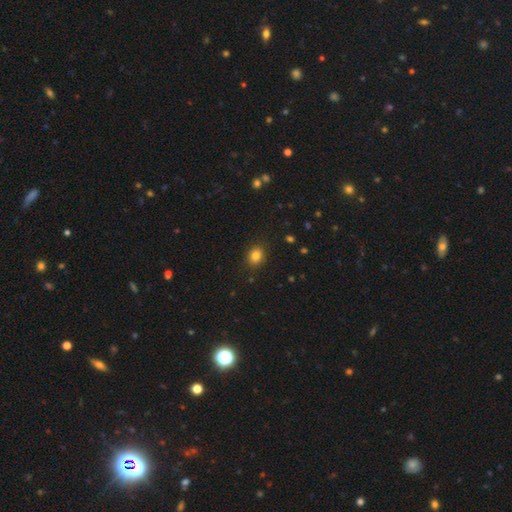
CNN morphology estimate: type=smooth (83%); roundness=round (53%); merging=none (88%).